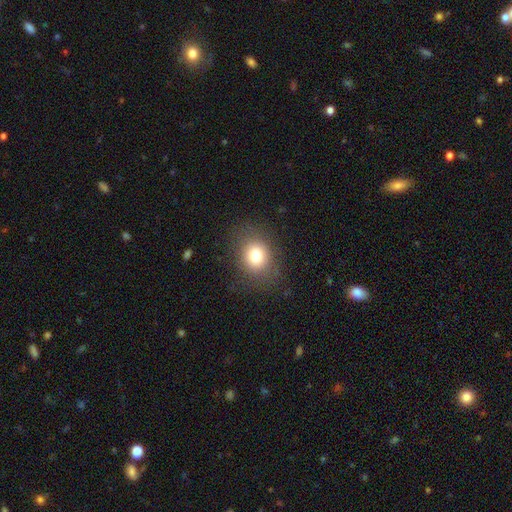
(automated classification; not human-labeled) Q: Smooth or featured?
A: smooth (79%); runner-up: star or artifact (12%)
Q: How rounded?
A: round (59%); runner-up: in between (40%)
Q: Merging?
A: none (82%); runner-up: minor disturbance (11%)